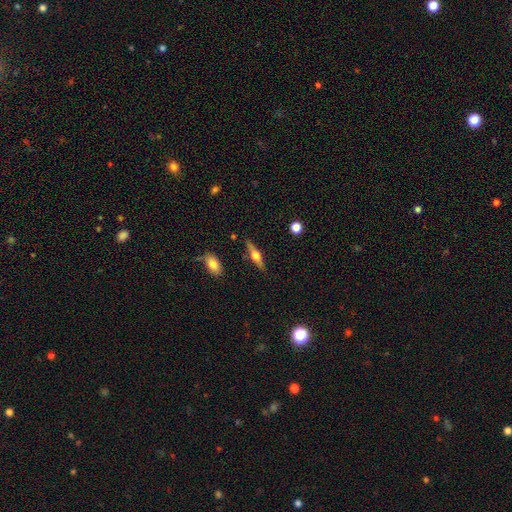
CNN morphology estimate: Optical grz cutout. It shows a featured or disk galaxy (67%) viewed edge-on (96%) with a rounded central bulge (94%). Merging: none (85%).